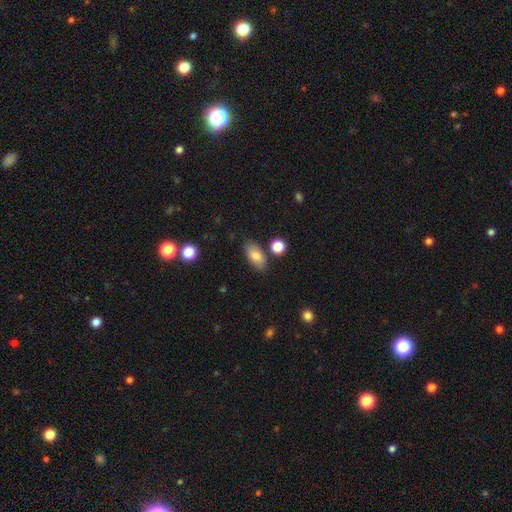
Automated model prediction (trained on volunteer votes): Morphology: type=smooth (82%); roundness=in between (89%); merging=none (79%).